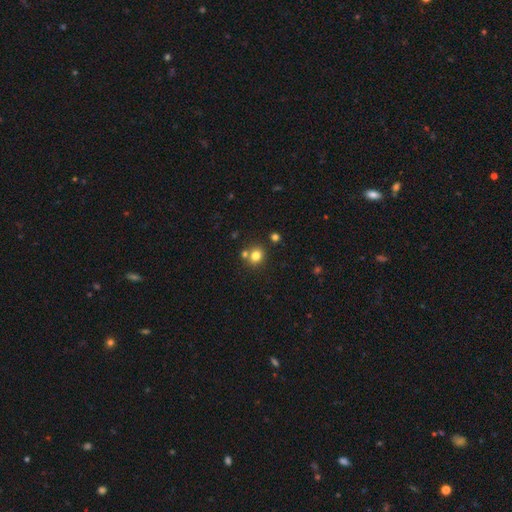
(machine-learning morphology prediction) Smooth or featured?
  - smooth: 78% *
  - star or artifact: 14%
  - featured or disk: 8%
How rounded?
  - round: 83% *
  - in between: 16%
  - cigar-shaped: 1%
Merging?
  - none: 69% *
  - merger: 20%
  - minor disturbance: 9%
  - major disturbance: 3%